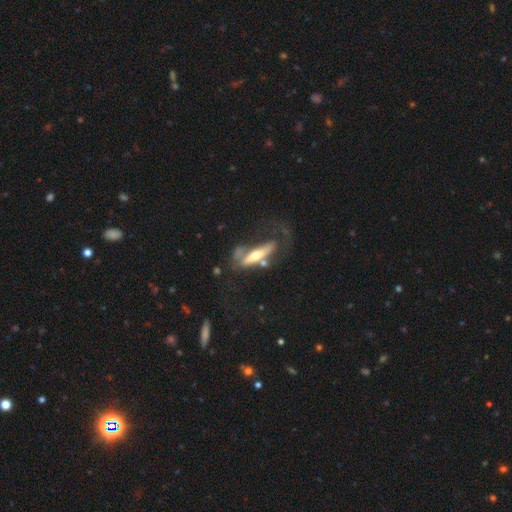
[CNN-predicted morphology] This is possibly a featured or disk galaxy (56%). It is likely viewed edge-on (65%). Merging: marginally major disturbance (35%).